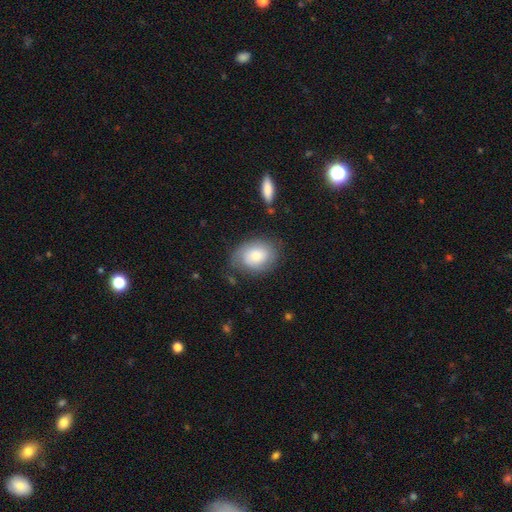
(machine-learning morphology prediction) A smooth galaxy with no disk features (62%) that is in between round and cigar-shaped (61%). Merging: none (67%).